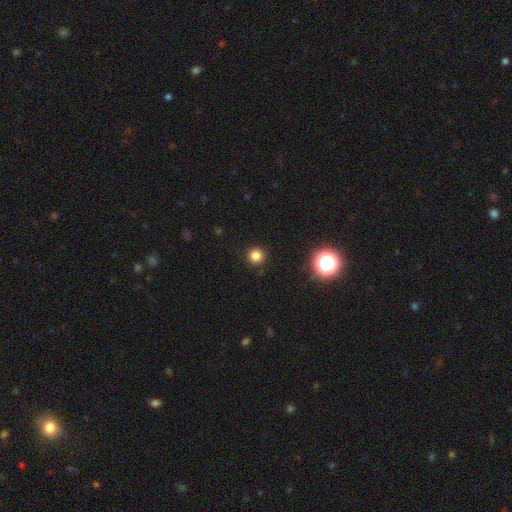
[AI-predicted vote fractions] Smooth or featured? smooth (81%)
How rounded? round (96%)
Merging? none (92%)